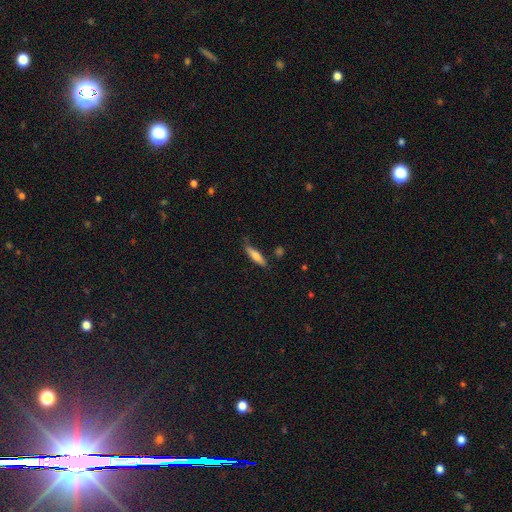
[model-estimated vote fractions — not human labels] Smooth or featured? smooth (71%)
How rounded? cigar-shaped (76%)
Merging? none (70%)